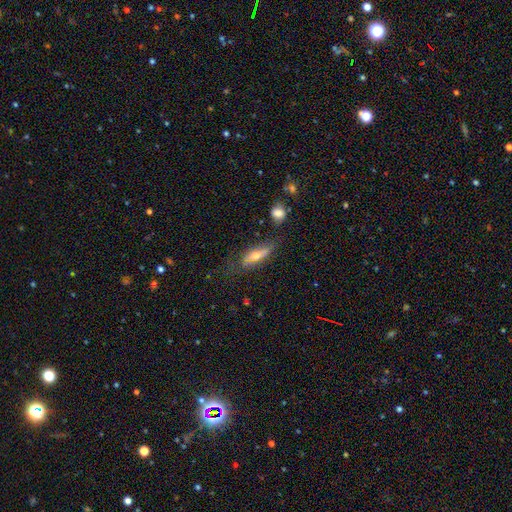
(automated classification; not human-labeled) Smooth or featured: smooth — 53% (featured or disk — 39%)
How rounded: in between — 53% (cigar-shaped — 44%)
Merging: none — 58% (minor disturbance — 24%)